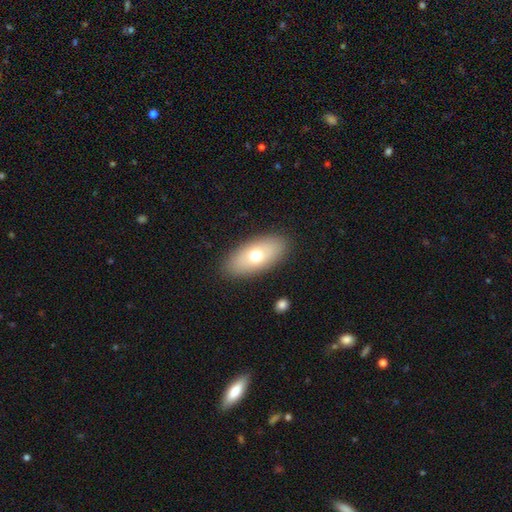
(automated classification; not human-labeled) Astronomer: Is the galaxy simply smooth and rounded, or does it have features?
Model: smooth — 66%.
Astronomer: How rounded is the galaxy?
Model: in between — 89%.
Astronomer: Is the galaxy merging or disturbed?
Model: none — 87%.